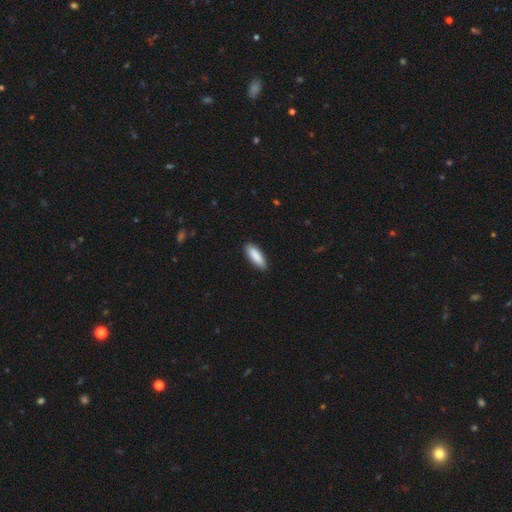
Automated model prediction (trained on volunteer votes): smooth-or-featured: smooth: 89% | featured or disk: 6% | star or artifact: 5%
  how-rounded: in between: 59% | cigar-shaped: 40% | round: 2%
  merging: none: 87% | minor disturbance: 10% | major disturbance: 2% | merger: 1%